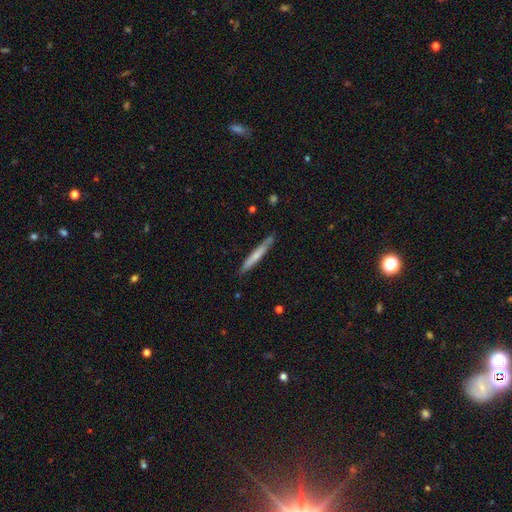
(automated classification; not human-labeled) Morphology: type=smooth (60%); roundness=cigar-shaped (96%); merging=none (87%).